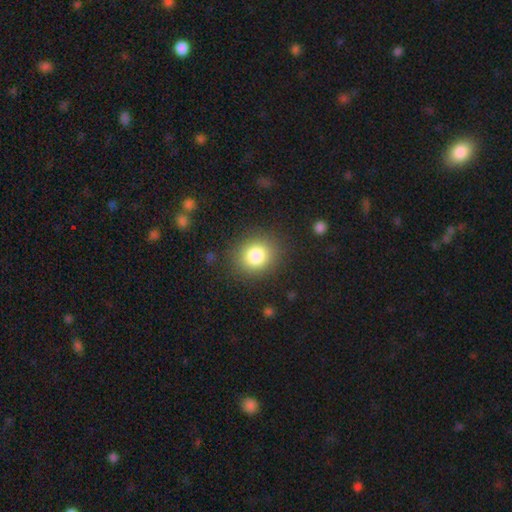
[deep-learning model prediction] smooth_or_featured: smooth (p=0.82) [alt: star or artifact p=0.11]
how_rounded: round (p=0.78) [alt: in between p=0.21]
merging: none (p=0.87) [alt: minor disturbance p=0.08]